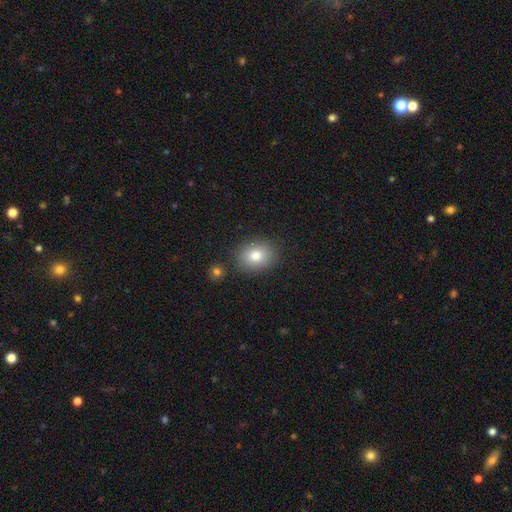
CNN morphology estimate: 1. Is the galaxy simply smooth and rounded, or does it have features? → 81% smooth, 10% star or artifact, 9% featured or disk.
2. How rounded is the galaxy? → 53% round, 46% in between, 1% cigar-shaped.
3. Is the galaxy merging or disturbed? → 85% none, 9% minor disturbance, 4% merger, 3% major disturbance.